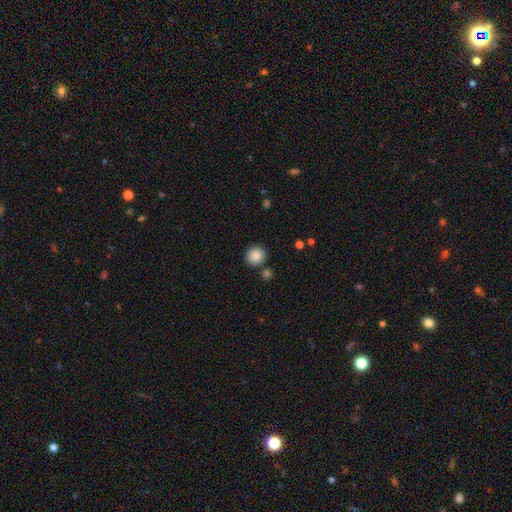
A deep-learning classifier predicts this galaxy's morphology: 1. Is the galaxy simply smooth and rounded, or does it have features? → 88% smooth, 9% star or artifact, 4% featured or disk.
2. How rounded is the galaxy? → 90% round, 9% in between, 1% cigar-shaped.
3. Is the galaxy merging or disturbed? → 83% none, 8% minor disturbance, 7% merger, 3% major disturbance.